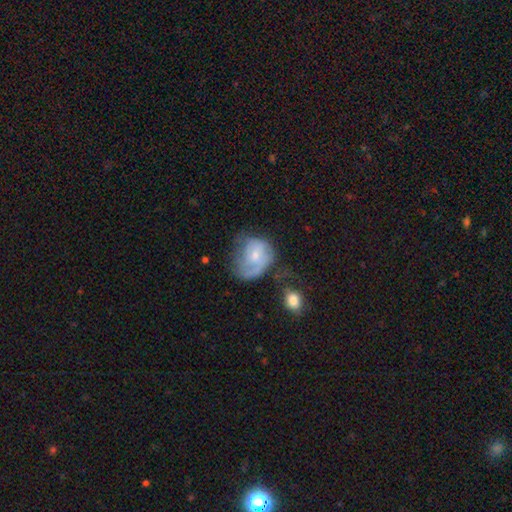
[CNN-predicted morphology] featured or disk 51%, smooth 41%, star or artifact 8%. Down the decision tree: edge-on disk — no (97%); merging — major disturbance (35%).